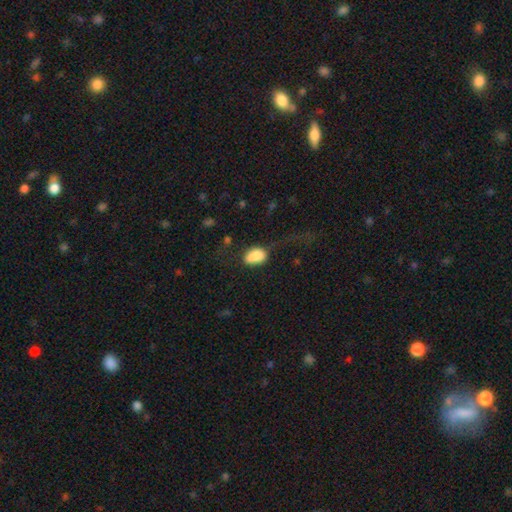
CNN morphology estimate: smooth 85%, star or artifact 8%, featured or disk 7%. Down the decision tree: how rounded — in between (88%); merging — none (44%).